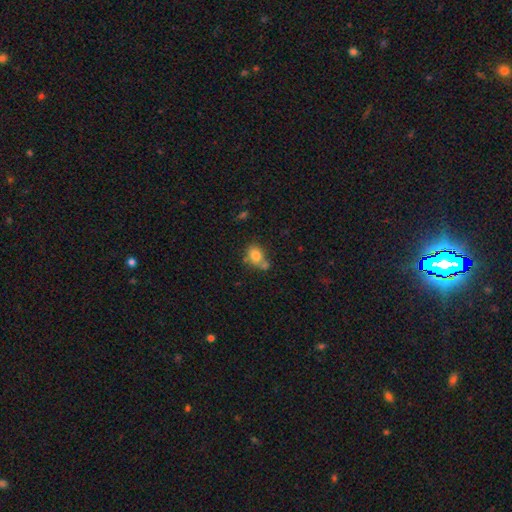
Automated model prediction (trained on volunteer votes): Morphology: type=smooth (80%); roundness=in between (55%); merging=none (47%).